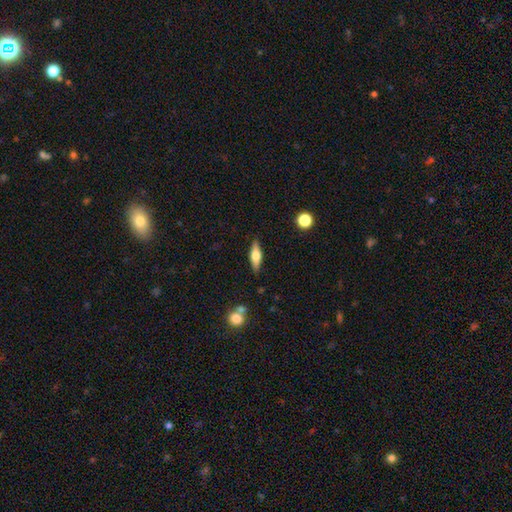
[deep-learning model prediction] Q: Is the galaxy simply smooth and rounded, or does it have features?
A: smooth — 51%.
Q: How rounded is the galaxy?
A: in between — 49%.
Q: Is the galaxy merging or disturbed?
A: none — 86%.